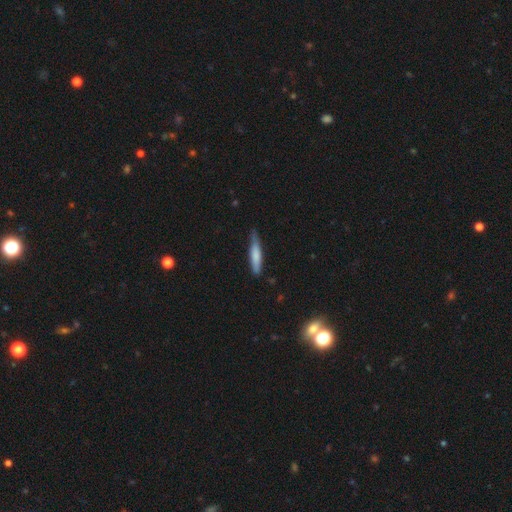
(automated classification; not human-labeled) Morphology: type=smooth (75%); roundness=cigar-shaped (85%); merging=none (66%).